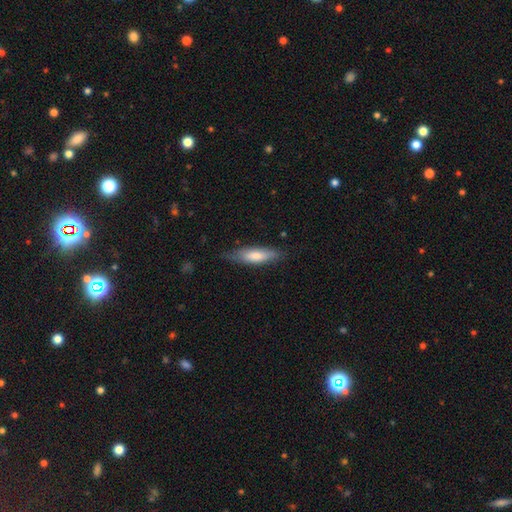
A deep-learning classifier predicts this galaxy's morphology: A smooth galaxy with no disk features (71%) that is cigar-shaped (60%). Merging: none (75%).